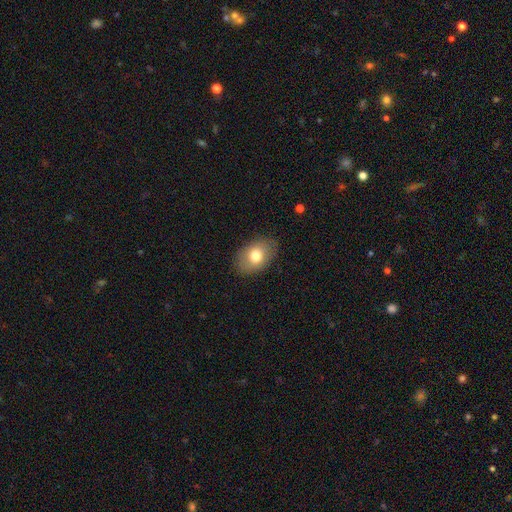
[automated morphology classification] A smooth galaxy with no disk features (76%) that is in between round and cigar-shaped (83%).

Vote fractions:
- Smooth or featured? smooth: 76% / featured or disk: 16% / star or artifact: 8%
- How rounded? in between: 83% / round: 16% / cigar-shaped: 1%
- Merging? none: 85% / minor disturbance: 11% / major disturbance: 3% / merger: 1%